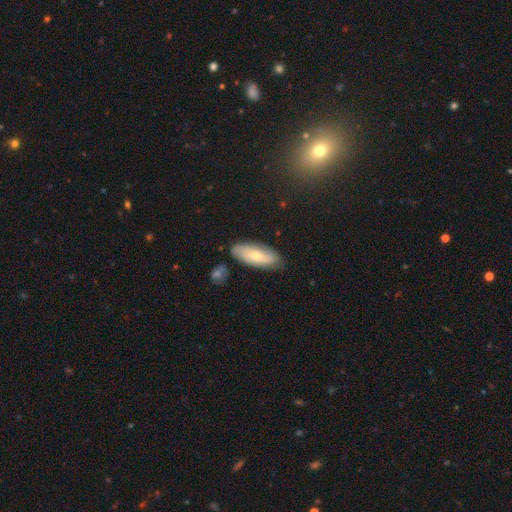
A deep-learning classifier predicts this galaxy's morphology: smooth-or-featured: smooth: 58% | featured or disk: 35% | star or artifact: 6%
  how-rounded: in between: 77% | cigar-shaped: 20% | round: 2%
  merging: none: 77% | minor disturbance: 16% | merger: 3% | major disturbance: 3%